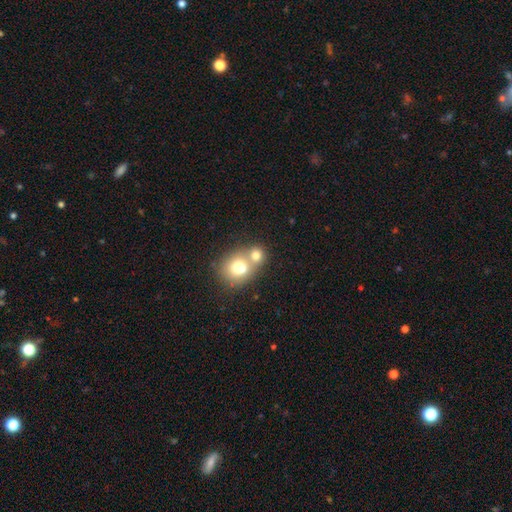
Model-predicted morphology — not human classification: smooth-or-featured: smooth: 74% | featured or disk: 16% | star or artifact: 10%
  how-rounded: round: 70% | in between: 29% | cigar-shaped: 1%
  merging: merger: 59% | none: 32% | minor disturbance: 6% | major disturbance: 3%